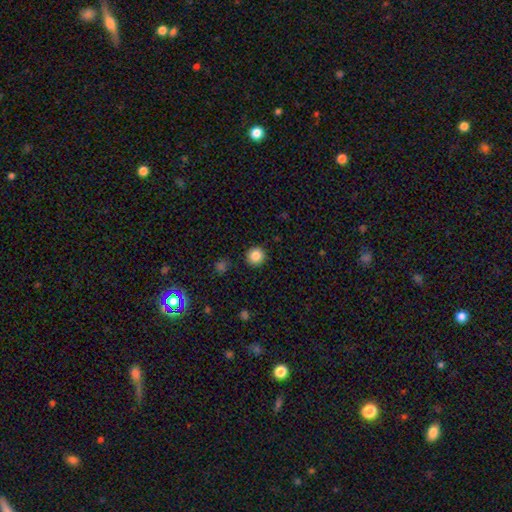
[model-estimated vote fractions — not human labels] This is clearly a smooth galaxy (85%). How rounded: clearly round (95%). Merging: clearly none (92%).